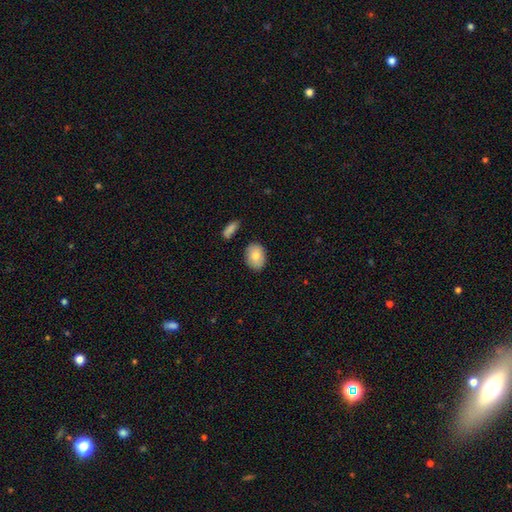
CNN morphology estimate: A smooth galaxy with no disk features (83%) that is in between round and cigar-shaped (73%). Merging: none (84%).